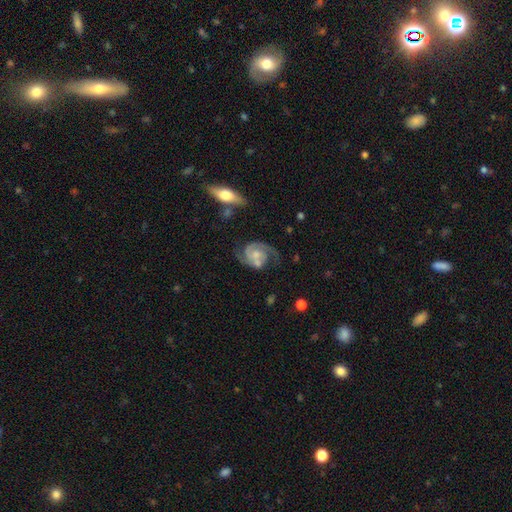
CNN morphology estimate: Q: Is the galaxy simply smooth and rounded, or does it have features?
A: featured or disk — 88%.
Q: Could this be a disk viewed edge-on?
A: no — 98%.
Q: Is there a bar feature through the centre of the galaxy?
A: no — 62%.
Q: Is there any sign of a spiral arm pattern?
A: yes — 97%.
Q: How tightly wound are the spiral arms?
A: medium — 49%.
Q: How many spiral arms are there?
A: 2 — 88%.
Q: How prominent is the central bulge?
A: small — 41%, tied with moderate.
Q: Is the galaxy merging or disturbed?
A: none — 59%.